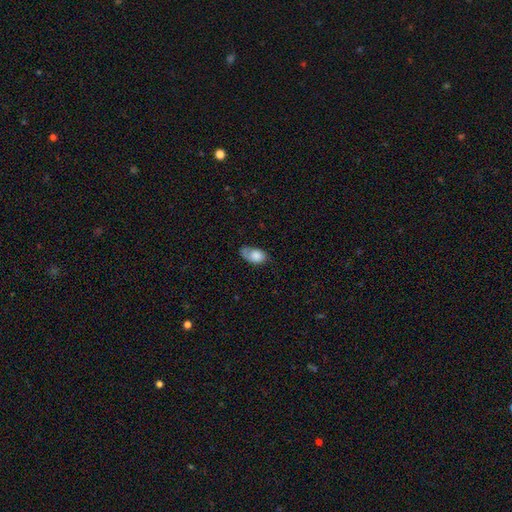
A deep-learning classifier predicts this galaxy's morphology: The model was most divided on "merging": none: 41%, minor disturbance: 35%, major disturbance: 19%, merger: 5%. More confident: how rounded — in between (88%); smooth or featured — smooth (76%).